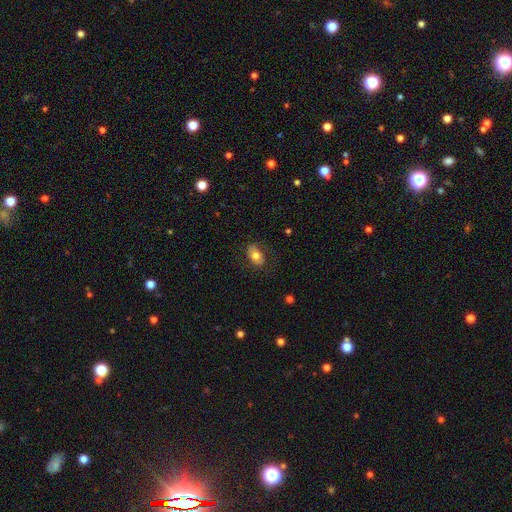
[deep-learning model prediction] smooth_or_featured: smooth (p=0.72) [alt: featured or disk p=0.20]
how_rounded: in between (p=0.86) [alt: round p=0.12]
merging: none (p=0.76) [alt: minor disturbance p=0.16]